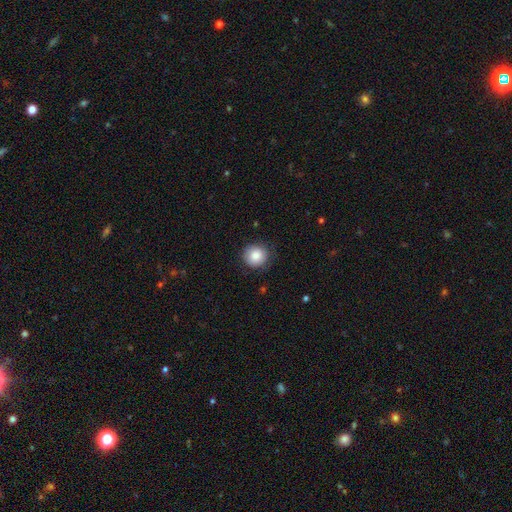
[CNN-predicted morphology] The model was most divided on "merging": none: 78%, minor disturbance: 16%, major disturbance: 4%, merger: 1%. More confident: how rounded — round (92%); smooth or featured — smooth (84%).